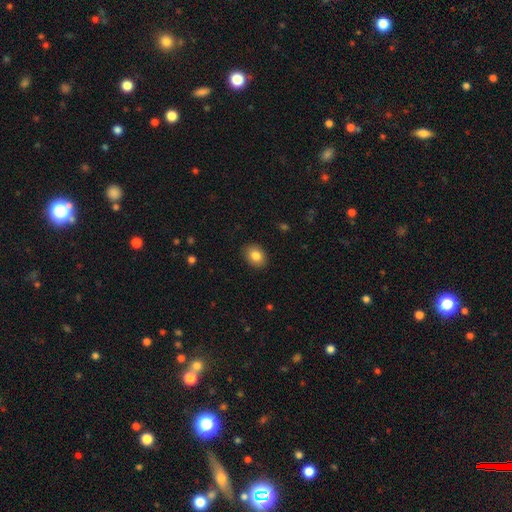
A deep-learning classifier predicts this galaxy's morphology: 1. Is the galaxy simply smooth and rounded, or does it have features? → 84% smooth, 9% star or artifact, 7% featured or disk.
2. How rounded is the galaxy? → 64% in between, 35% round, 1% cigar-shaped.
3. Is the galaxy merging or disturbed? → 89% none, 8% minor disturbance, 2% major disturbance, 1% merger.